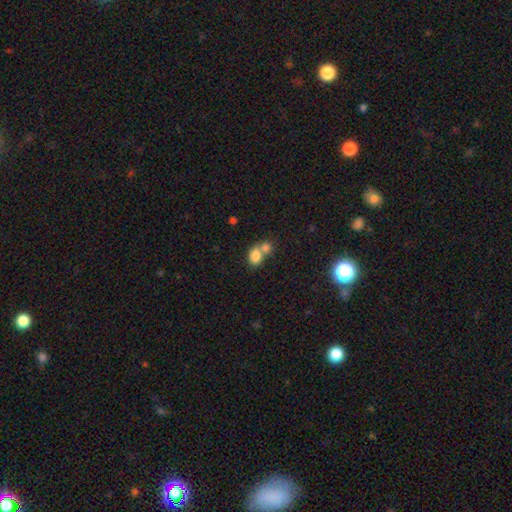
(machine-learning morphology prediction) type=smooth (80%); roundness=in between (67%); merging=merger (63%).